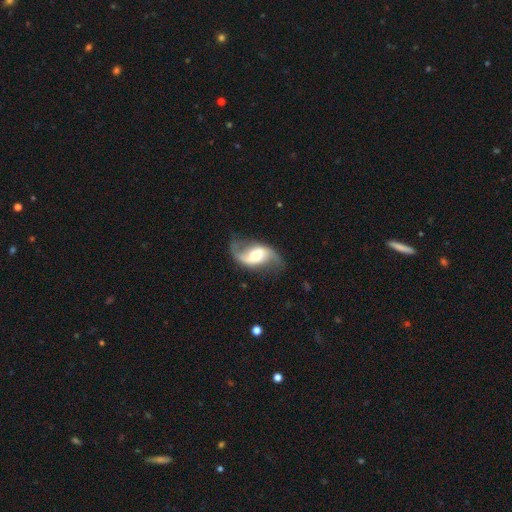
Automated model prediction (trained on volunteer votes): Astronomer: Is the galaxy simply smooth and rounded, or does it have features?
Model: featured or disk — 85%.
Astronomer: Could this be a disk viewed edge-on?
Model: no — 96%.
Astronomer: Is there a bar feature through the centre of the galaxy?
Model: weak — 38% (runner-up: no, 37%).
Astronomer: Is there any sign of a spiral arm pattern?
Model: yes — 95%.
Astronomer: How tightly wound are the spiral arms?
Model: loose — 76%.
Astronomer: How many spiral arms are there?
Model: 2 — 92%.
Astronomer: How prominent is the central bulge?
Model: moderate — 53%.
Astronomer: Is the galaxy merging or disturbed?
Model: none — 73%.